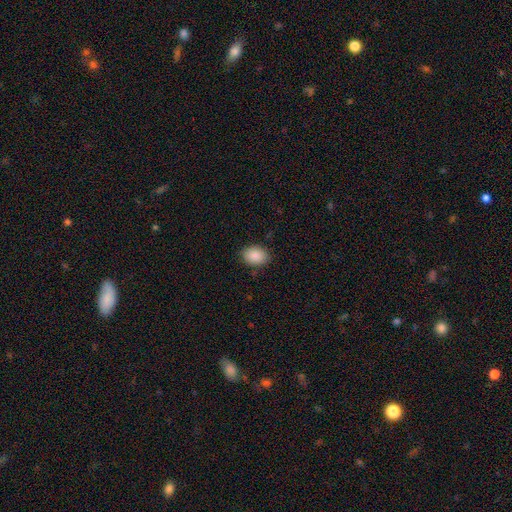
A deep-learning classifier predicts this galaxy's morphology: smooth_or_featured: smooth (p=0.89) [alt: star or artifact p=0.07]
how_rounded: in between (p=0.72) [alt: round p=0.28]
merging: none (p=0.86) [alt: minor disturbance p=0.11]